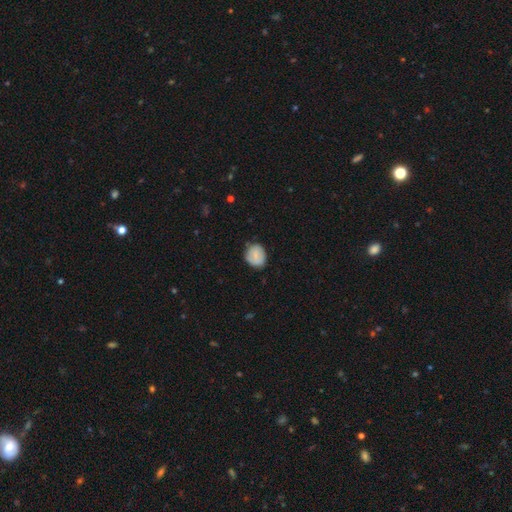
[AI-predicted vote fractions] Smooth or featured? Predicted: smooth (p=0.74). How rounded? Predicted: round (p=0.68). Merging? Predicted: none (p=0.73).